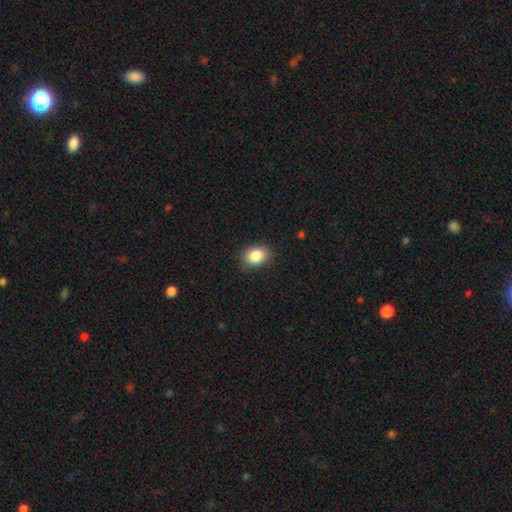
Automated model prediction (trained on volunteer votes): Smooth or featured? Predicted: smooth (p=0.86). How rounded? Predicted: in between (p=0.69). Merging? Predicted: none (p=0.86).